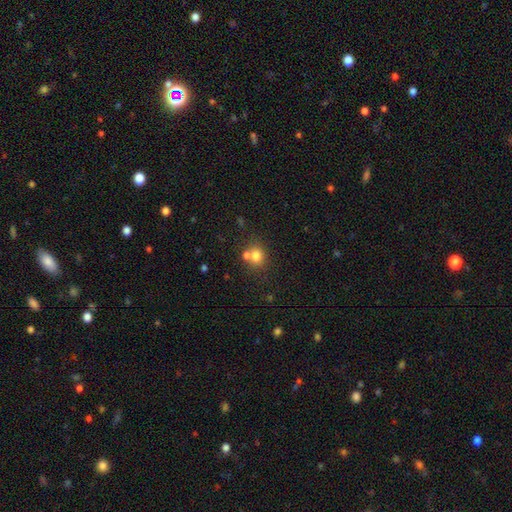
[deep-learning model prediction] Smooth or featured? Predicted: smooth (p=0.76). How rounded? Predicted: round (p=0.72). Merging? Predicted: none (p=0.55).